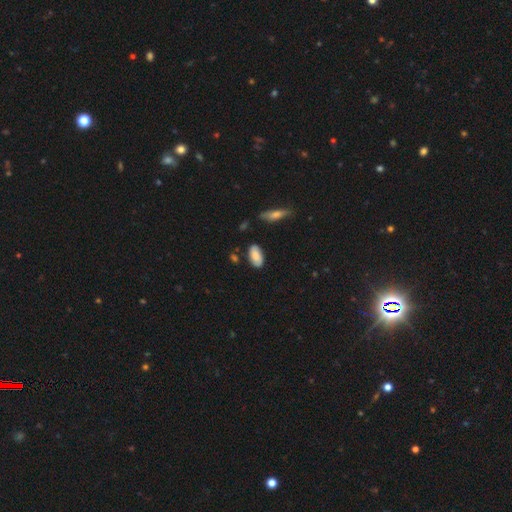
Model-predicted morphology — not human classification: Smooth or featured: smooth — 80% (featured or disk — 13%)
How rounded: in between — 93% (cigar-shaped — 4%)
Merging: none — 81% (minor disturbance — 14%)